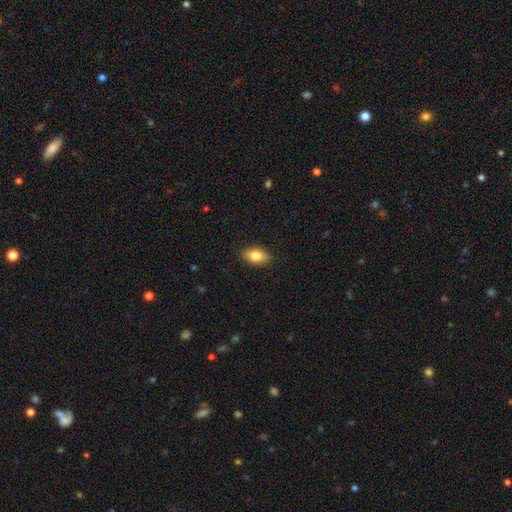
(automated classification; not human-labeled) Morphology: type=smooth (82%); roundness=in between (90%); merging=none (88%).